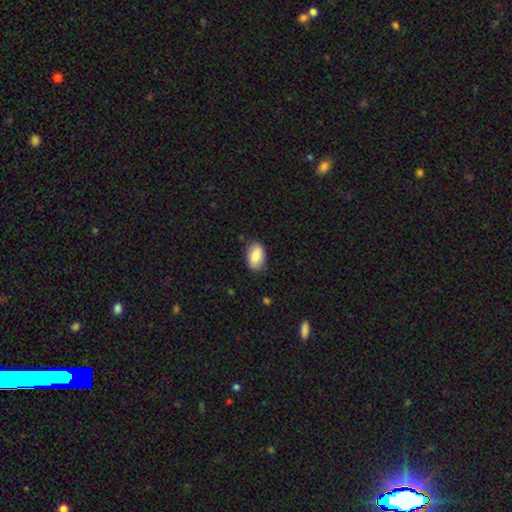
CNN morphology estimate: Smooth or featured: smooth — 84% (featured or disk — 9%)
How rounded: in between — 91% (round — 7%)
Merging: none — 81% (minor disturbance — 15%)